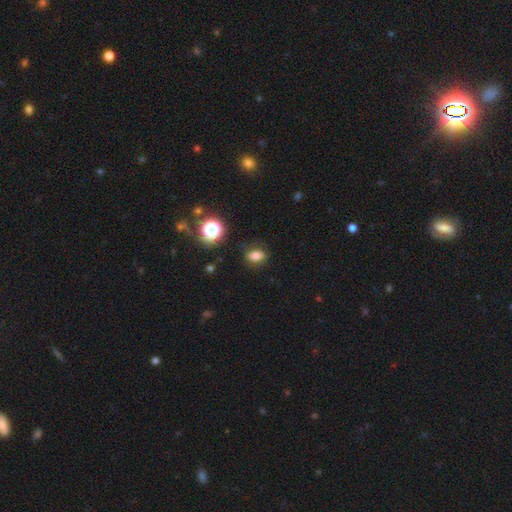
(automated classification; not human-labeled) A smooth galaxy with no disk features (74%) that is in between round and cigar-shaped (70%). Merging: none (84%).